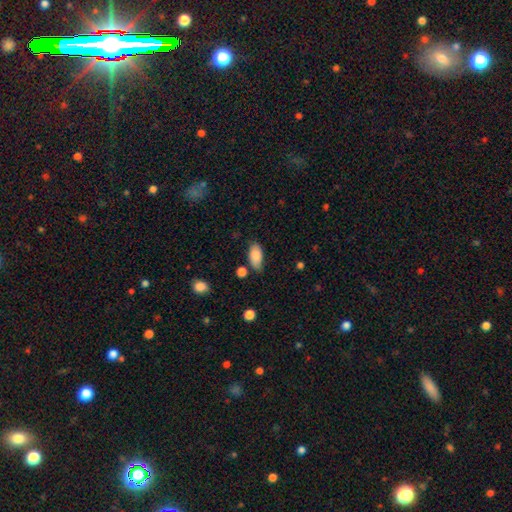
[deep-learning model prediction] smooth_or_featured: smooth (p=0.85) [alt: featured or disk p=0.08]
how_rounded: in between (p=0.91) [alt: cigar-shaped p=0.06]
merging: none (p=0.72) [alt: minor disturbance p=0.19]